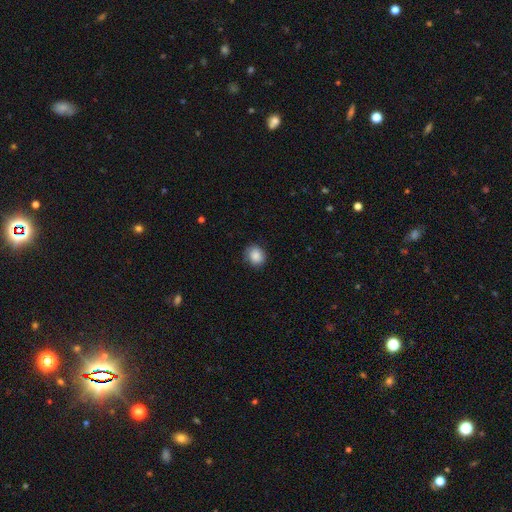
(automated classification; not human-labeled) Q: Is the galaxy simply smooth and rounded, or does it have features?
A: smooth — 86%.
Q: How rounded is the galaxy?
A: round — 69%.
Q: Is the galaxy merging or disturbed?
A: none — 81%.